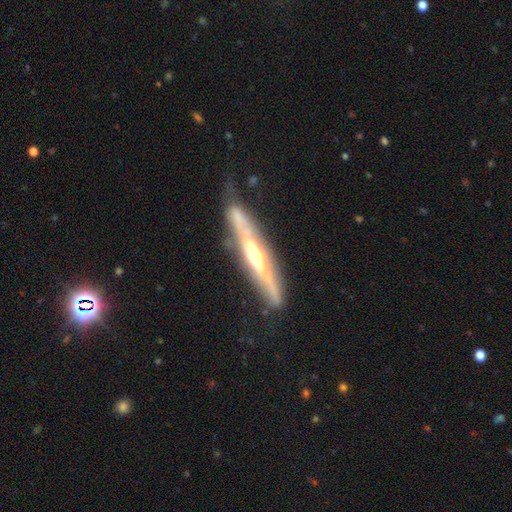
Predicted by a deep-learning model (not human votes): The model was most divided on "merging": none: 64%, minor disturbance: 25%, major disturbance: 7%, merger: 3%. More confident: edge-on disk — yes (84%); smooth or featured — featured or disk (80%); edge-on bulge — rounded (75%).